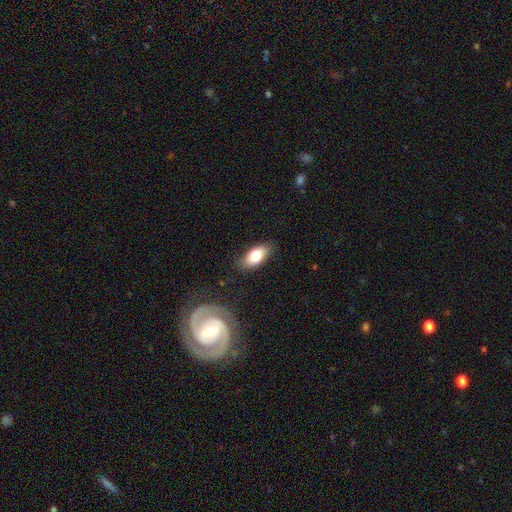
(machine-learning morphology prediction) Smooth or featured: smooth — 77% (featured or disk — 16%)
How rounded: in between — 90% (cigar-shaped — 6%)
Merging: none — 82% (minor disturbance — 13%)